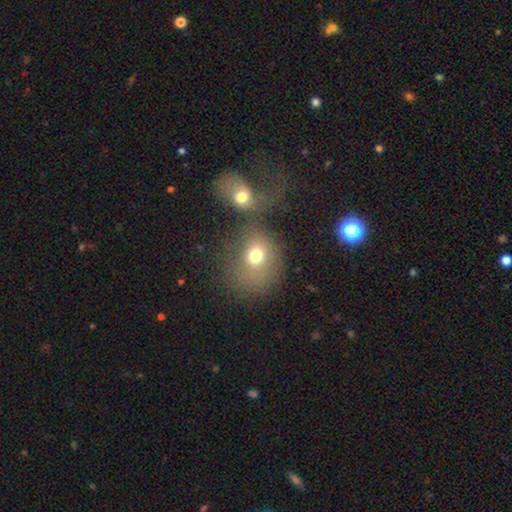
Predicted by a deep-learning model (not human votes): This is likely a smooth galaxy (70%). How rounded: likely round (61%). Merging: marginally merger (41%).